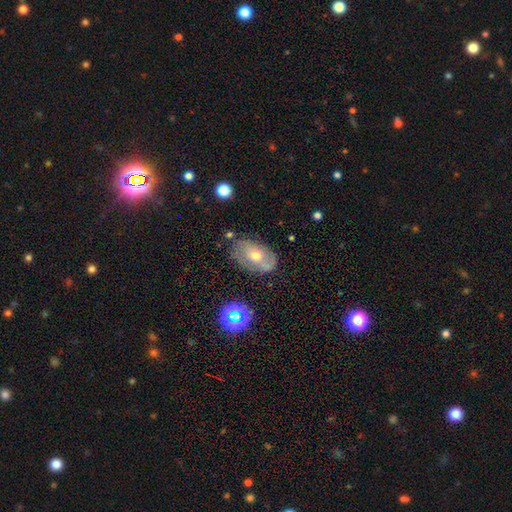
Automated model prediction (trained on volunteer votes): This is possibly a featured or disk galaxy (48%). Merging: likely none (64%).